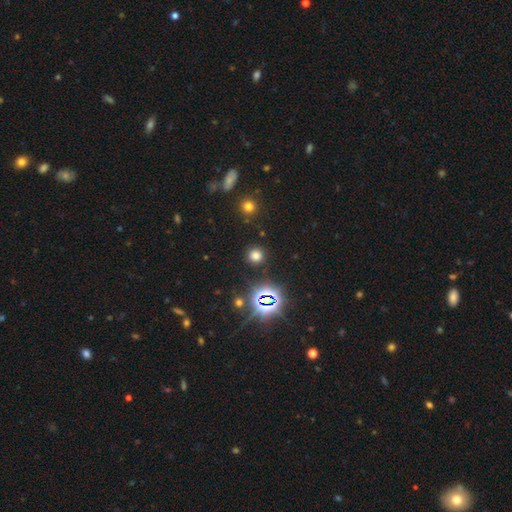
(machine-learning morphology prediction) smooth_or_featured: smooth (p=0.68) [alt: star or artifact p=0.26]
how_rounded: round (p=0.91) [alt: in between p=0.08]
merging: none (p=0.88) [alt: minor disturbance p=0.06]